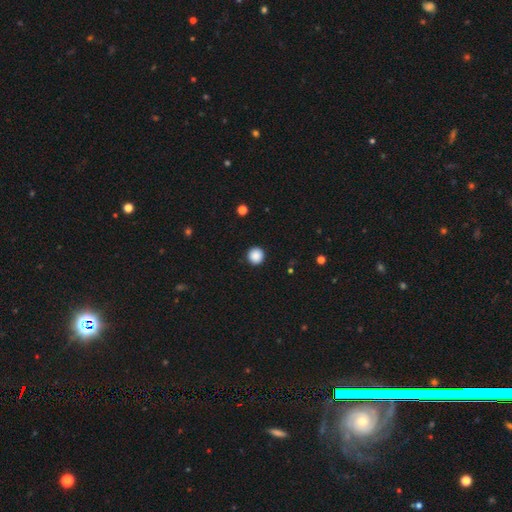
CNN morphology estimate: This appears to be a smooth galaxy with no disk features (88%) that is round (95%). Merging: none (93%).